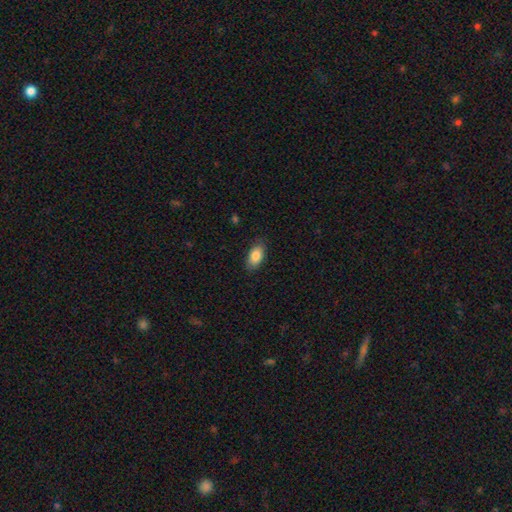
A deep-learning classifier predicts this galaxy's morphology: Overall: smooth (86%). How rounded: in between (92%). Merging: none (84%).